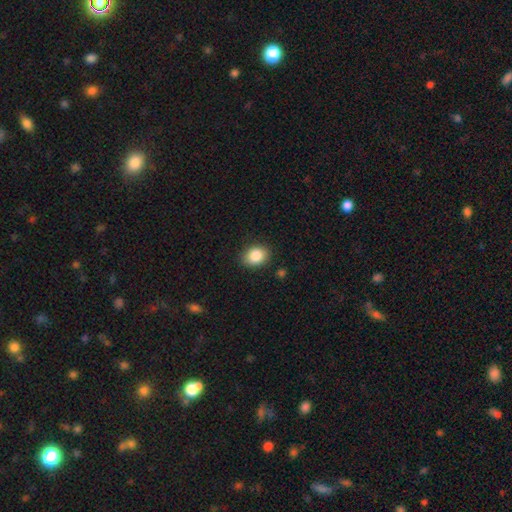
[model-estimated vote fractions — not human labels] Smooth or featured: smooth — 86% (star or artifact — 8%)
How rounded: in between — 60% (round — 39%)
Merging: none — 86% (minor disturbance — 10%)